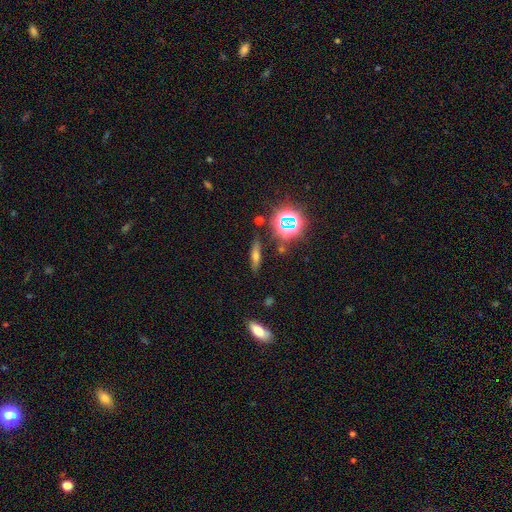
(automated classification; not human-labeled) A smooth galaxy with no disk features (48%). Merging: none (81%).